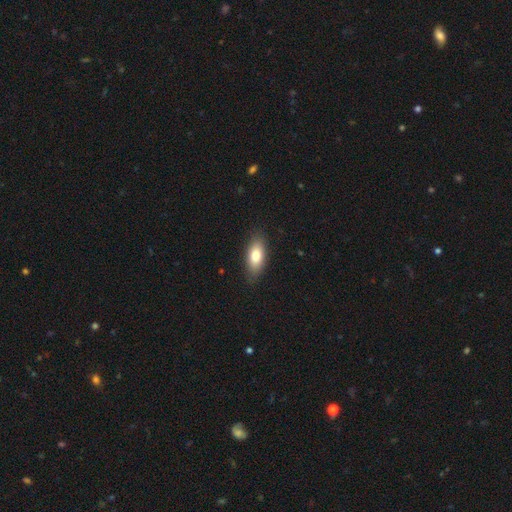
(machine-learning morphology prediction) A smooth galaxy with no disk features (78%) that is in between round and cigar-shaped (85%).

Vote fractions:
- Smooth or featured? smooth: 78% / featured or disk: 15% / star or artifact: 7%
- How rounded? in between: 85% / cigar-shaped: 11% / round: 4%
- Merging? none: 85% / minor disturbance: 12% / major disturbance: 2% / merger: 1%